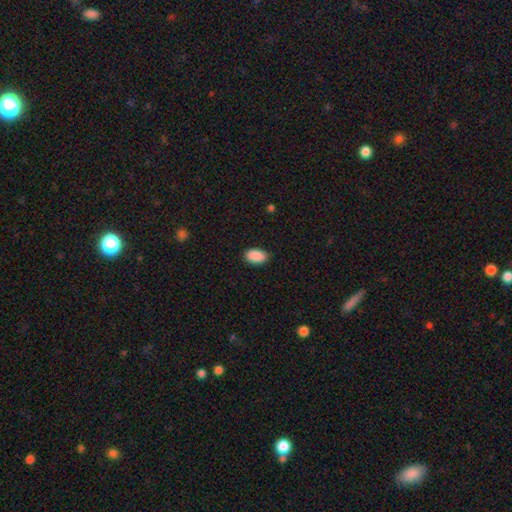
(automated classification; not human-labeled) smooth-or-featured: smooth: 91% | star or artifact: 7% | featured or disk: 2%
  how-rounded: in between: 93% | round: 6% | cigar-shaped: 1%
  merging: none: 87% | minor disturbance: 10% | major disturbance: 2% | merger: 1%